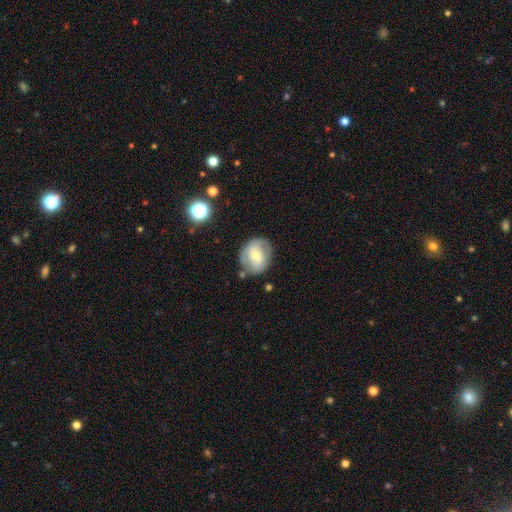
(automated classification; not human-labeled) This is possibly a smooth galaxy (52%). How rounded: likely round (65%). Merging: likely none (70%).